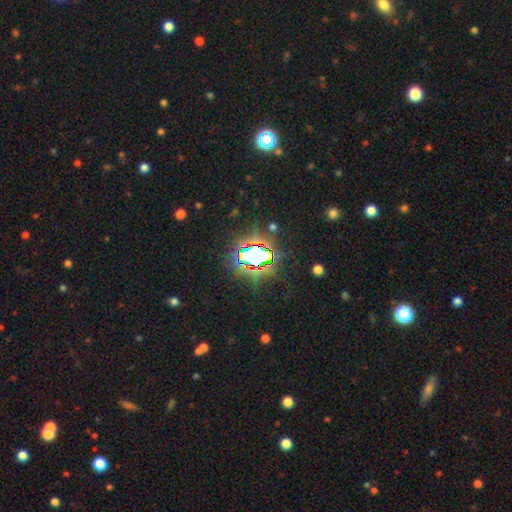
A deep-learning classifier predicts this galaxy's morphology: type=star or artifact (72%).